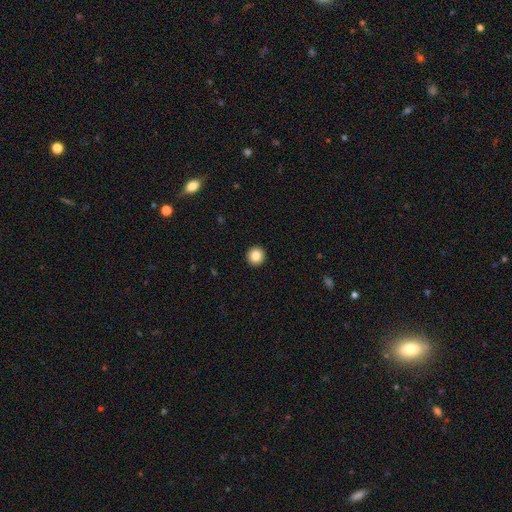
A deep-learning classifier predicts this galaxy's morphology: Smooth or featured? Predicted: smooth (p=0.84). How rounded? Predicted: round (p=0.95). Merging? Predicted: none (p=0.94).